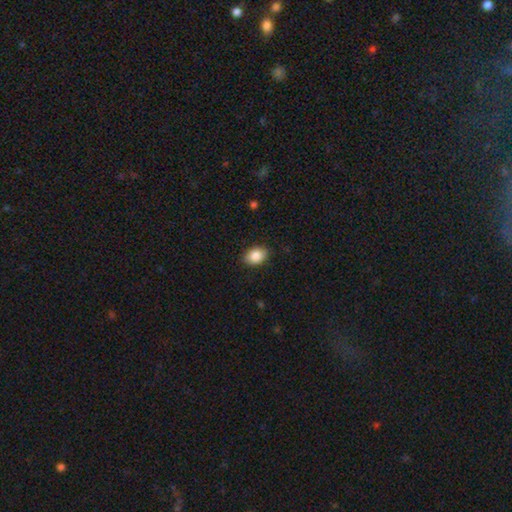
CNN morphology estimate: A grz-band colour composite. It shows a smooth galaxy with no disk features (87%) that is in between round and cigar-shaped (76%). Merging: none (88%).